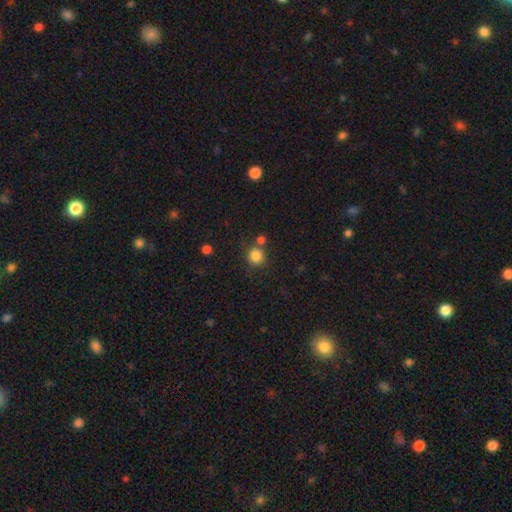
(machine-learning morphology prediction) smooth 84%, star or artifact 11%, featured or disk 5%. Down the decision tree: how rounded — round (92%); merging — none (71%).